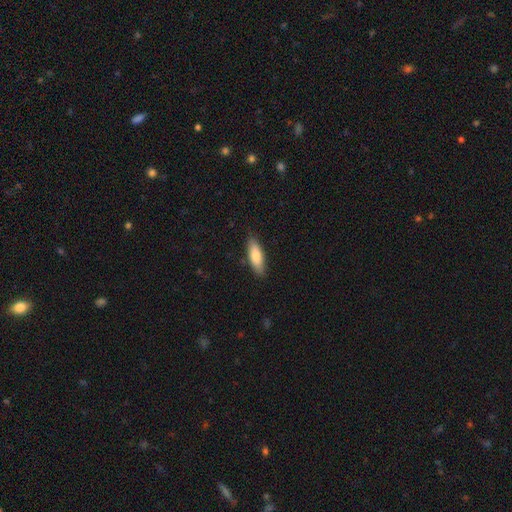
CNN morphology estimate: smooth 78%, featured or disk 16%, star or artifact 6%. Down the decision tree: how rounded — in between (56%); merging — none (85%).